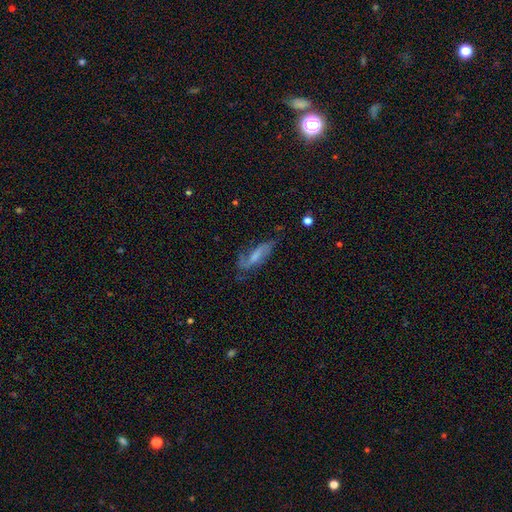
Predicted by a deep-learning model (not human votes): Smooth or featured? Predicted: featured or disk (p=0.63). Edge-on disk? Predicted: no (p=0.82). Bar? Predicted: weak (p=0.41). Spiral arms? Predicted: yes (p=0.85). Bulge size? Predicted: small (p=0.39). Merging? Predicted: none (p=0.50).